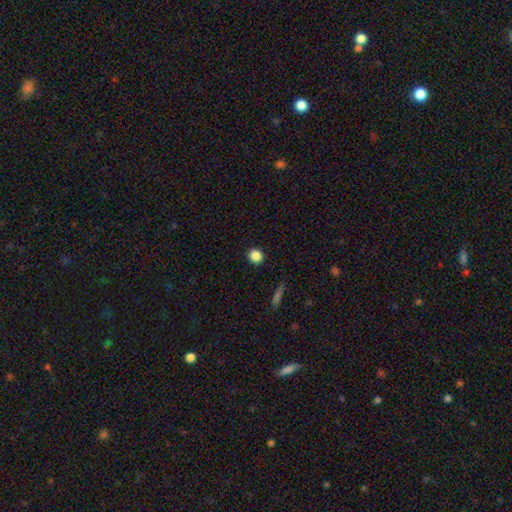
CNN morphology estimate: Overall: smooth (86%). How rounded: round (85%). Merging: none (92%).